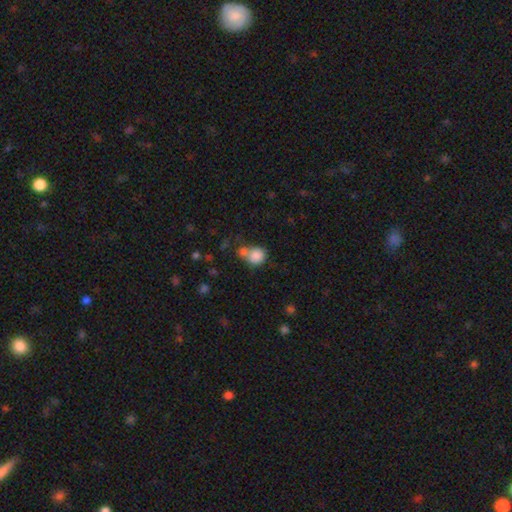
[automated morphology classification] Q: Smooth or featured?
A: smooth (84%); runner-up: star or artifact (9%)
Q: How rounded?
A: round (77%); runner-up: in between (22%)
Q: Merging?
A: none (43%); runner-up: merger (39%)